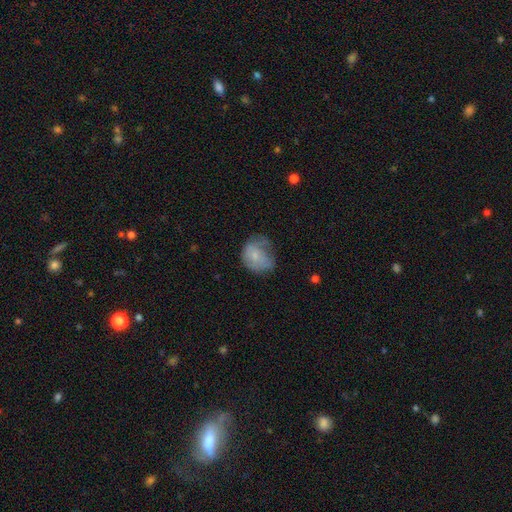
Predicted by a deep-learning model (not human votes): This appears to be a smooth galaxy with no disk features (63%) that is round (54%). Merging: minor disturbance (34%, tied with none).